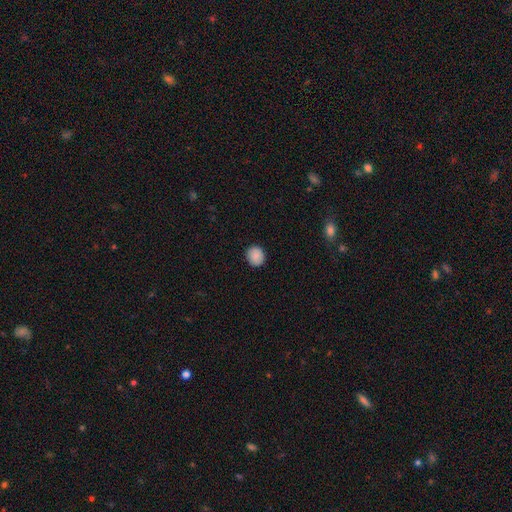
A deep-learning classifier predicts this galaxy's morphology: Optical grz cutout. It shows a smooth galaxy with no disk features (88%) that is round (80%). Merging: none (90%).